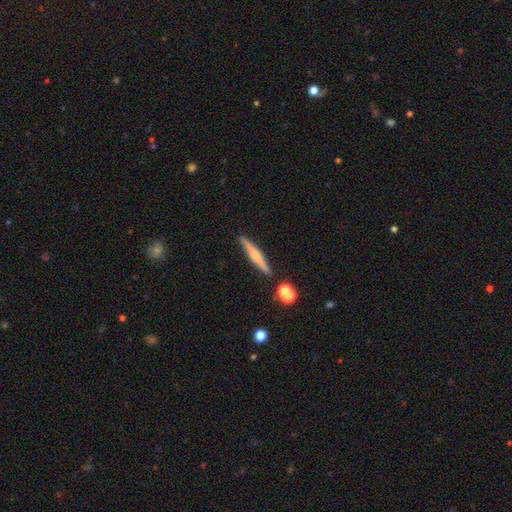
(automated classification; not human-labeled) A featured or disk galaxy (63%) viewed edge-on (97%) with a rounded central bulge (85%).

Vote fractions:
- Smooth or featured? featured or disk: 63% / smooth: 30% / star or artifact: 7%
- Edge-on disk? yes: 97% / no: 3%
- Edge-on bulge? rounded: 85% / boxy: 8% / none: 7%
- Merging? none: 87% / minor disturbance: 8% / merger: 4% / major disturbance: 2%